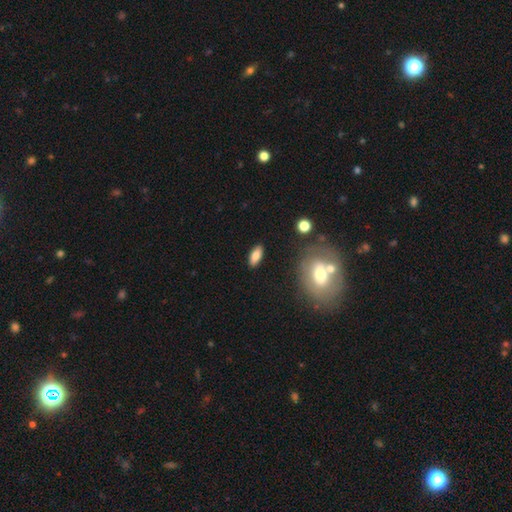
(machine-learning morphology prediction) smooth 82%, featured or disk 11%, star or artifact 7%. Down the decision tree: how rounded — in between (79%); merging — none (87%).